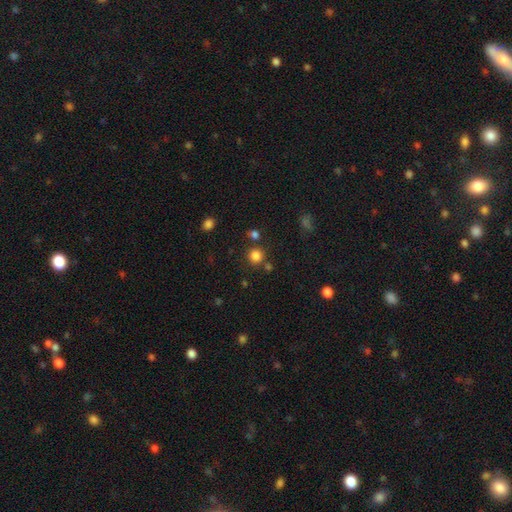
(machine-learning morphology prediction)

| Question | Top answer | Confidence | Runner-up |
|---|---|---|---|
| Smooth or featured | smooth | 81% | star or artifact (14%) |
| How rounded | round | 91% | in between (8%) |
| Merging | none | 78% | merger (10%) |